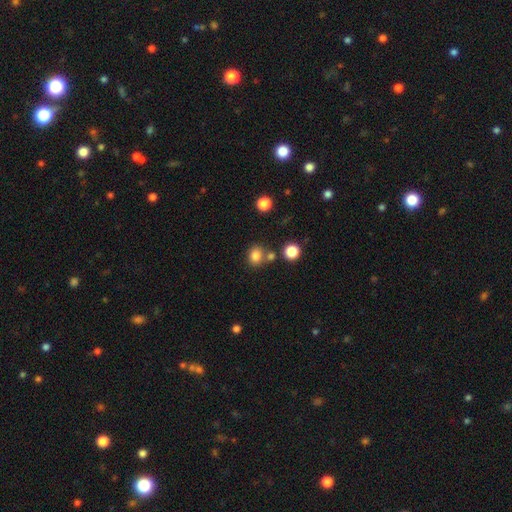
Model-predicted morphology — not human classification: smooth_or_featured: smooth (p=0.81) [alt: star or artifact p=0.13]
how_rounded: round (p=0.64) [alt: in between p=0.35]
merging: none (p=0.67) [alt: merger p=0.19]